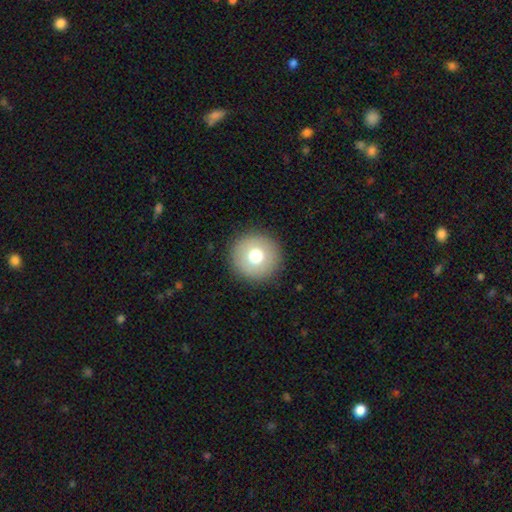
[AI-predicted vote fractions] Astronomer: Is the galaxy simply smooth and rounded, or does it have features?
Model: smooth — 73%.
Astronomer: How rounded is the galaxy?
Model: round — 96%.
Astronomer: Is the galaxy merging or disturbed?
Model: none — 92%.